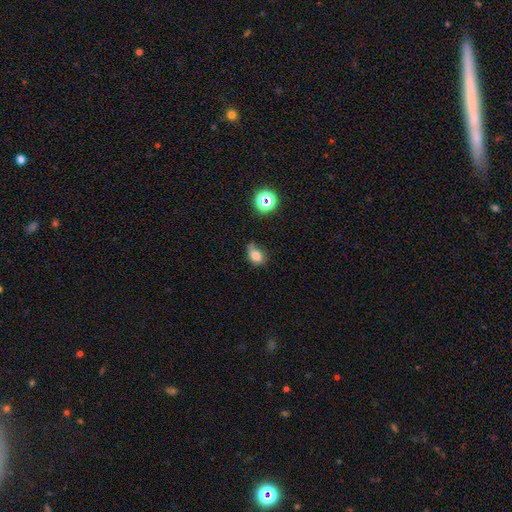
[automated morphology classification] Smooth or featured: smooth — 74% (star or artifact — 13%)
How rounded: in between — 72% (round — 26%)
Merging: none — 45% (minor disturbance — 38%)